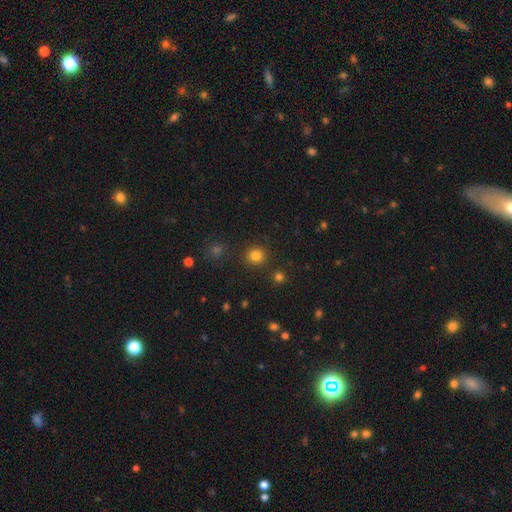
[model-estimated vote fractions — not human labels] Smooth or featured? Predicted: smooth (p=0.82). How rounded? Predicted: round (p=0.92). Merging? Predicted: none (p=0.88).